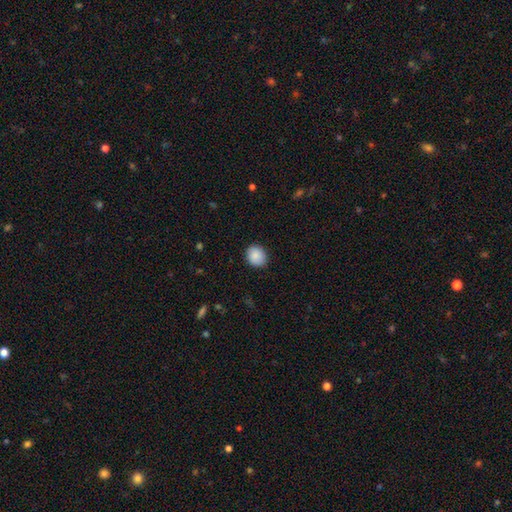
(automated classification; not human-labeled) The model was most divided on "how rounded": round: 68%, in between: 31%, cigar-shaped: 1%. More confident: smooth or featured — smooth (89%); merging — none (88%).